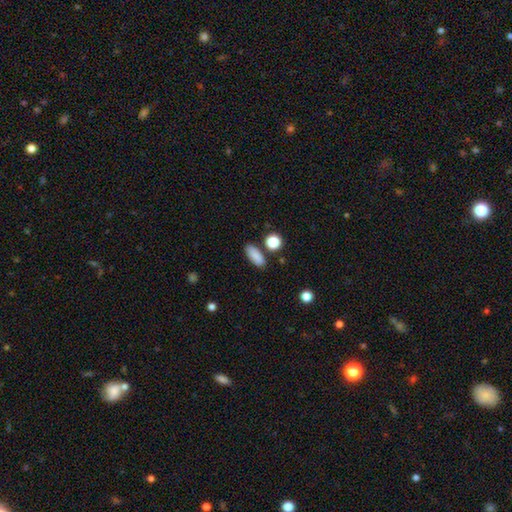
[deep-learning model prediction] Overall: smooth (87%). How rounded: in between (71%). Merging: none (83%).